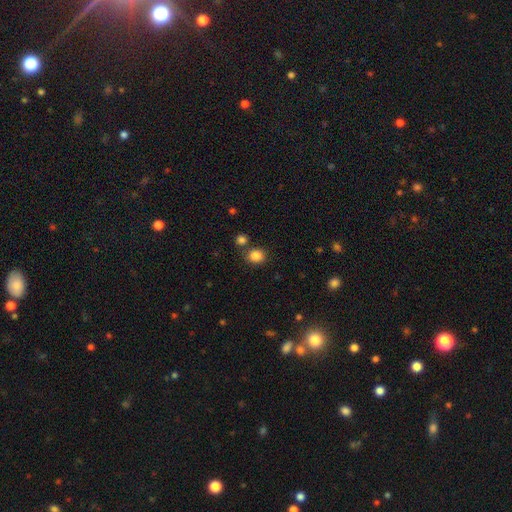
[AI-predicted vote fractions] The model was most divided on "how rounded": round: 66%, in between: 33%, cigar-shaped: 1%. More confident: smooth or featured — smooth (84%); merging — none (74%).